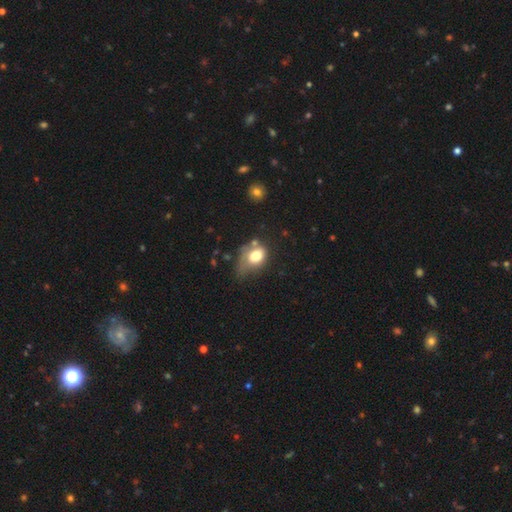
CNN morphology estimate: smooth-or-featured: smooth: 70% | featured or disk: 22% | star or artifact: 9%
  how-rounded: in between: 73% | round: 25% | cigar-shaped: 1%
  merging: major disturbance: 32% (tied) | minor disturbance: 32% (tied) | none: 24% | merger: 12%